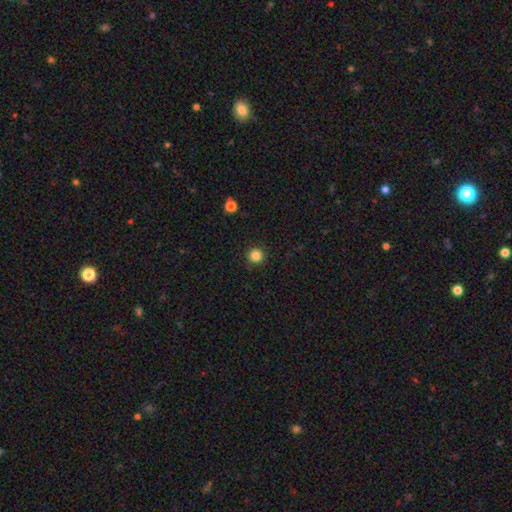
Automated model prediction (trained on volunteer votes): Q: Smooth or featured?
A: smooth (84%); runner-up: star or artifact (12%)
Q: How rounded?
A: round (96%); runner-up: in between (3%)
Q: Merging?
A: none (92%); runner-up: minor disturbance (5%)